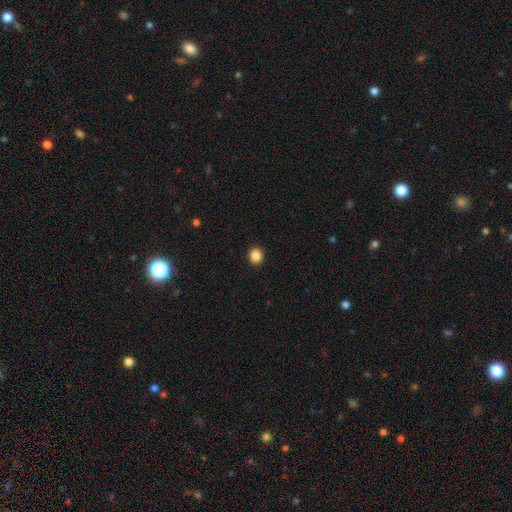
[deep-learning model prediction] Morphology: type=smooth (87%); roundness=round (80%); merging=none (92%).